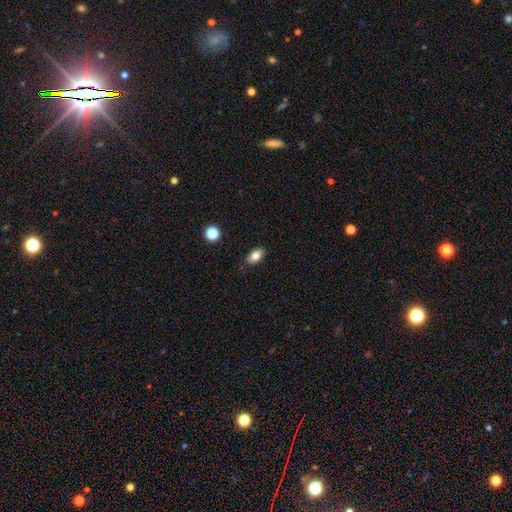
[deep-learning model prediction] This is clearly a smooth galaxy (81%). How rounded: clearly in between (89%). Merging: clearly none (85%).